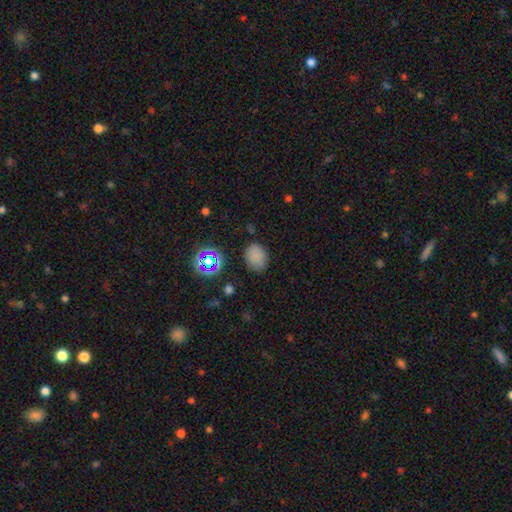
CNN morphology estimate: smooth 76%, star or artifact 17%, featured or disk 6%. Down the decision tree: how rounded — in between (57%); merging — none (77%).